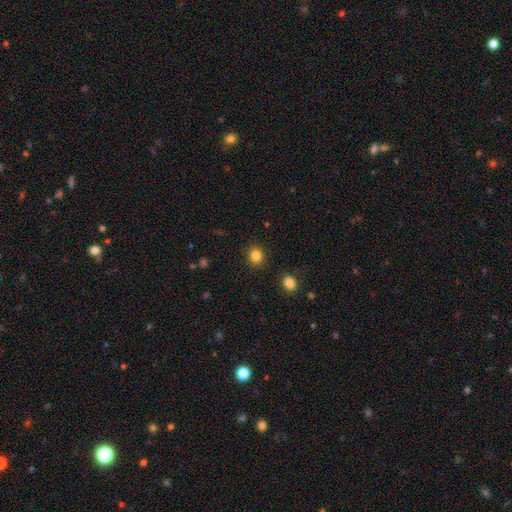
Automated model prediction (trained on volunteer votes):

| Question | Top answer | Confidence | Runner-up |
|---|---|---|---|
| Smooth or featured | smooth | 85% | star or artifact (11%) |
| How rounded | round | 71% | in between (28%) |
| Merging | none | 89% | minor disturbance (7%) |